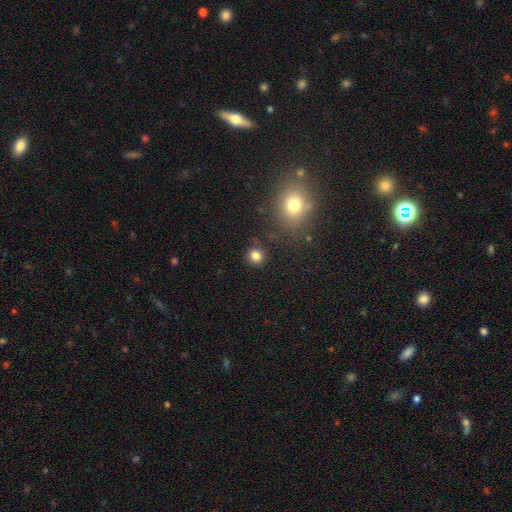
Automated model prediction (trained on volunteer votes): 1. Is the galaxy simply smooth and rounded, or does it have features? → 81% smooth, 14% star or artifact, 5% featured or disk.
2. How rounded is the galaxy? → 90% round, 9% in between, 1% cigar-shaped.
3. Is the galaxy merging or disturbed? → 85% none, 9% minor disturbance, 3% merger, 3% major disturbance.